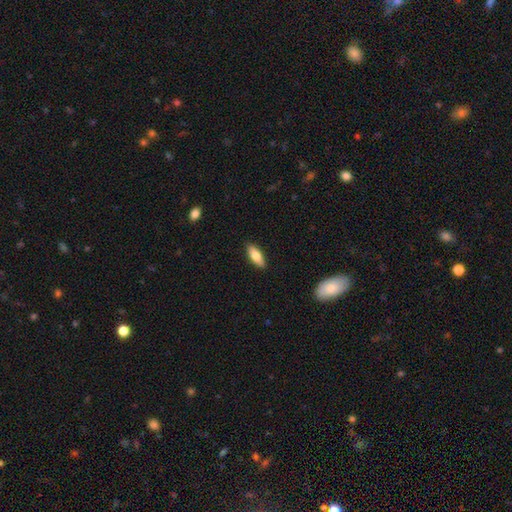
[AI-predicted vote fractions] Smooth or featured: smooth — 73% (featured or disk — 21%)
How rounded: in between — 67% (cigar-shaped — 30%)
Merging: none — 89% (minor disturbance — 8%)